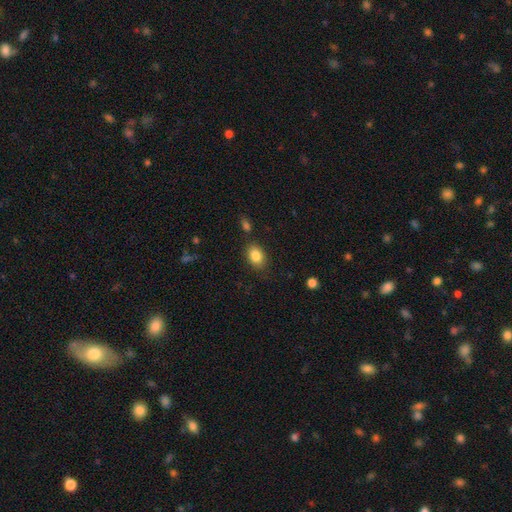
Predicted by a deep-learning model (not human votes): This appears to be a smooth galaxy with no disk features (85%) that is in between round and cigar-shaped (76%). Merging: none (82%).